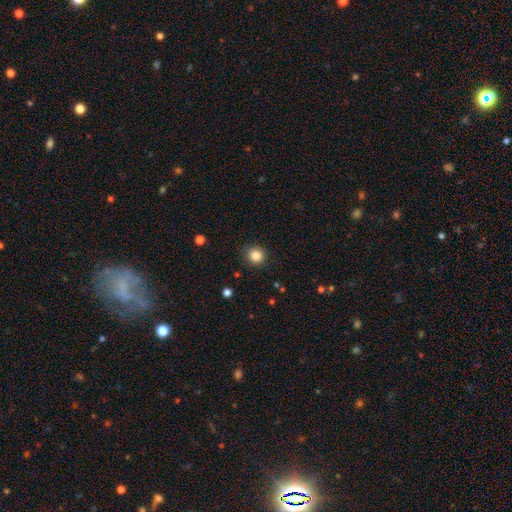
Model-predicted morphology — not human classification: Overall: smooth (86%). How rounded: round (90%). Merging: none (85%).